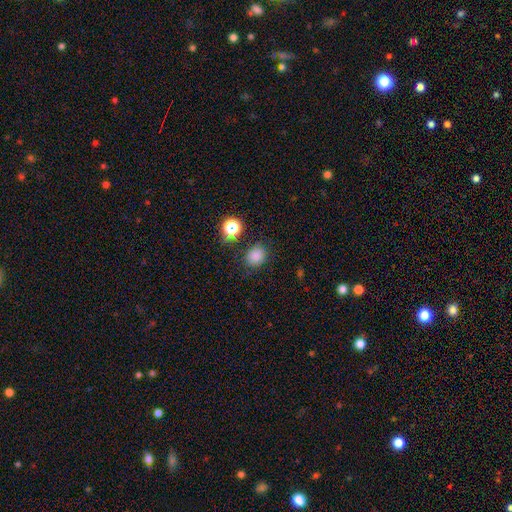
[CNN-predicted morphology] Overall: smooth (79%). How rounded: round (72%). Merging: none (81%).